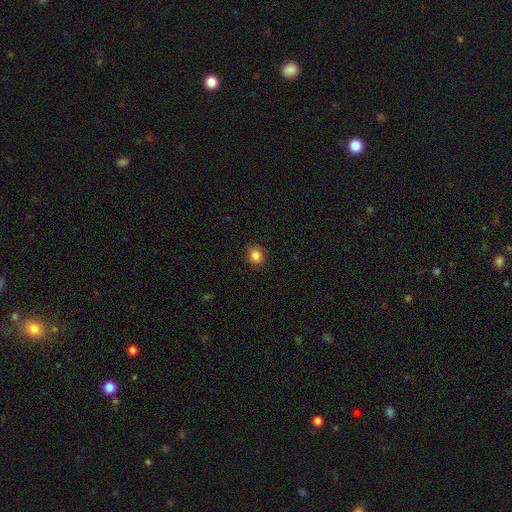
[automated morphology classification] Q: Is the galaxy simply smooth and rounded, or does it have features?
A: smooth — 85%.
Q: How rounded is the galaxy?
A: round — 77%.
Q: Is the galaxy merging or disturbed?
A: none — 90%.